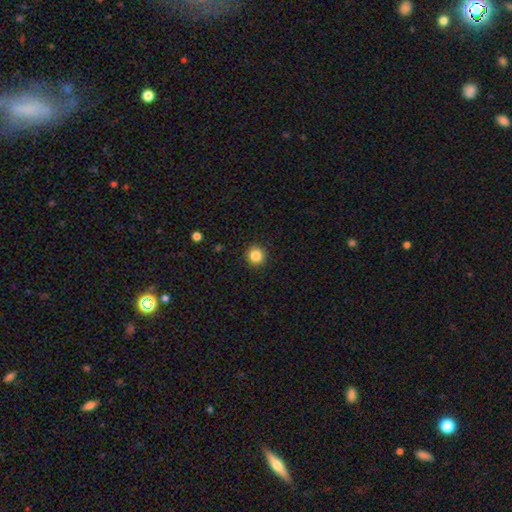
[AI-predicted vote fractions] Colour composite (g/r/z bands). It shows a smooth galaxy with no disk features (85%) that is round (93%). Merging: none (91%).